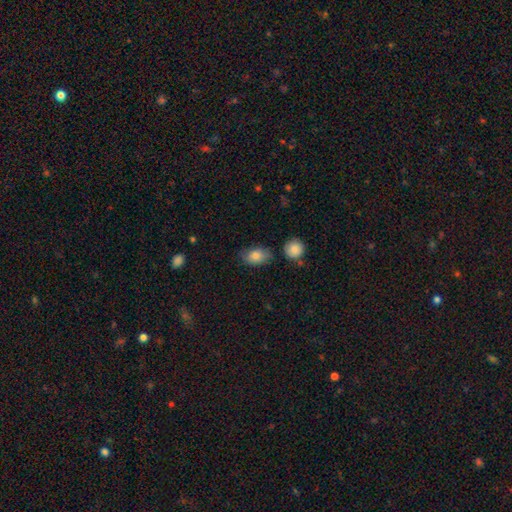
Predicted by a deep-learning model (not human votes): Morphology: type=smooth (83%); roundness=in between (85%); merging=none (73%).